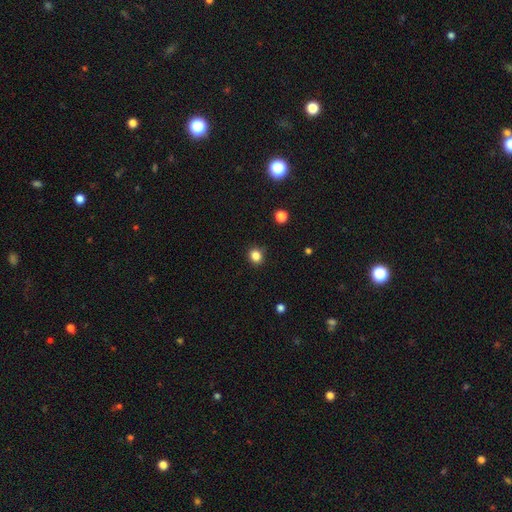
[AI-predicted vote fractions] smooth 84%, star or artifact 12%, featured or disk 4%. Down the decision tree: how rounded — round (79%); merging — none (88%).